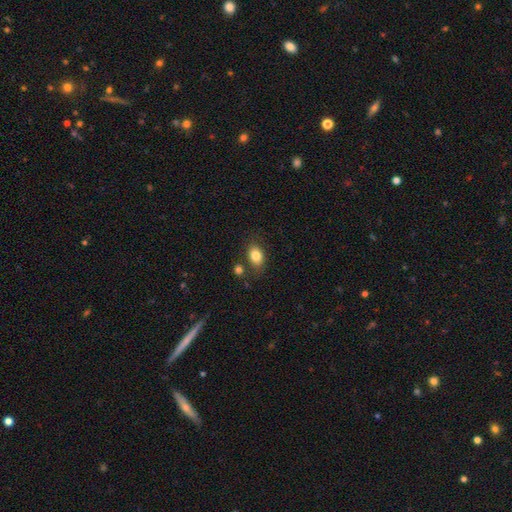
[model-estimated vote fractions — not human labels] A smooth galaxy with no disk features (83%) that is in between round and cigar-shaped (75%).

Vote fractions:
- Smooth or featured? smooth: 83% / star or artifact: 9% / featured or disk: 8%
- How rounded? in between: 75% / round: 23% / cigar-shaped: 1%
- Merging? none: 75% / minor disturbance: 13% / merger: 7% / major disturbance: 4%